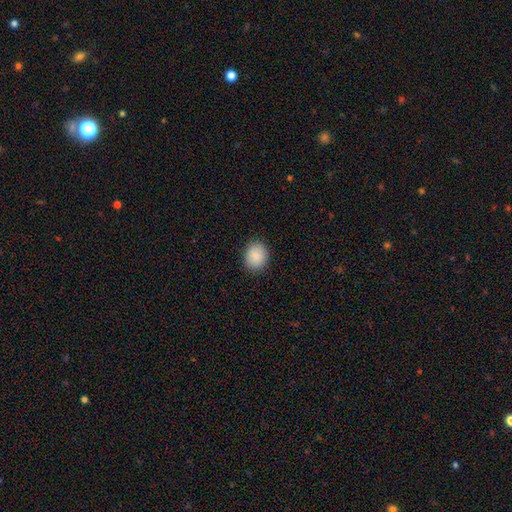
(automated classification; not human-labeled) This appears to be a smooth galaxy with no disk features (89%) that is round (56%). Merging: none (89%).